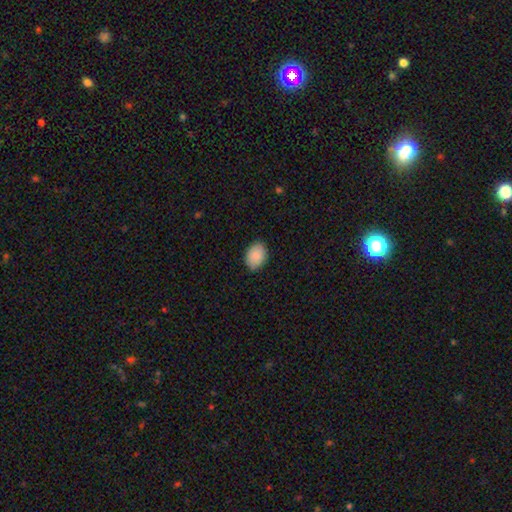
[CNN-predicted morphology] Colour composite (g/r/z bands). It shows a smooth galaxy with no disk features (89%) that is in between round and cigar-shaped (75%). Merging: none (84%).